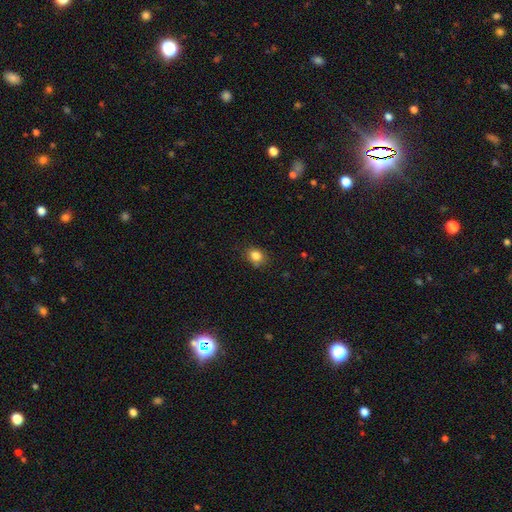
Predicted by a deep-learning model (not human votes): This appears to be a smooth galaxy with no disk features (84%) that is round (56%). Merging: none (79%).